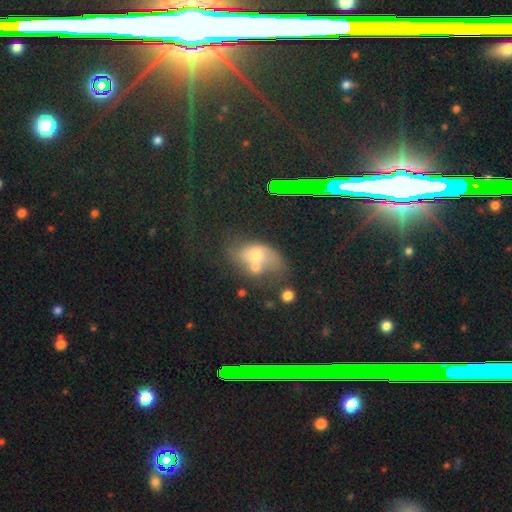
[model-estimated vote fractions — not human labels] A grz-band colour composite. It shows a smooth galaxy with no disk features (48%). Merging: merger (44%).